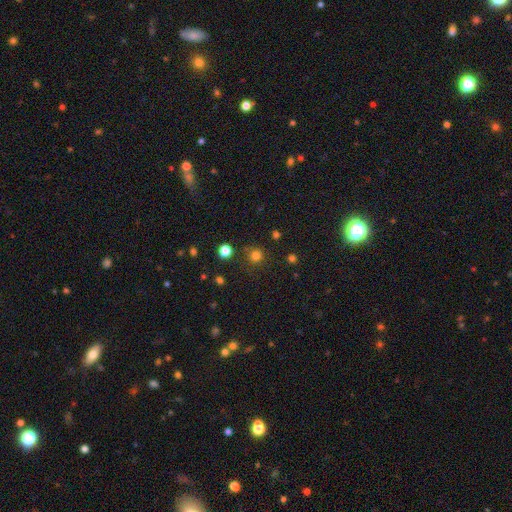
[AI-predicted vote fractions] Q: Smooth or featured?
A: smooth (77%); runner-up: star or artifact (18%)
Q: How rounded?
A: round (94%); runner-up: in between (5%)
Q: Merging?
A: none (84%); runner-up: minor disturbance (8%)